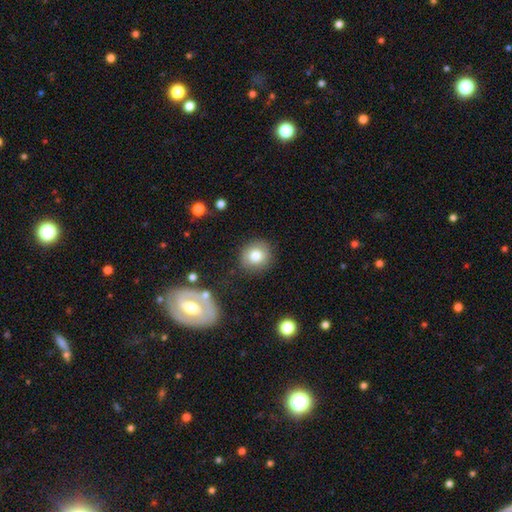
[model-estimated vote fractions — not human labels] Smooth or featured?
  - smooth: 79% *
  - featured or disk: 11%
  - star or artifact: 10%
How rounded?
  - round: 88% *
  - in between: 11%
  - cigar-shaped: 1%
Merging?
  - none: 85% *
  - minor disturbance: 10%
  - major disturbance: 3%
  - merger: 2%